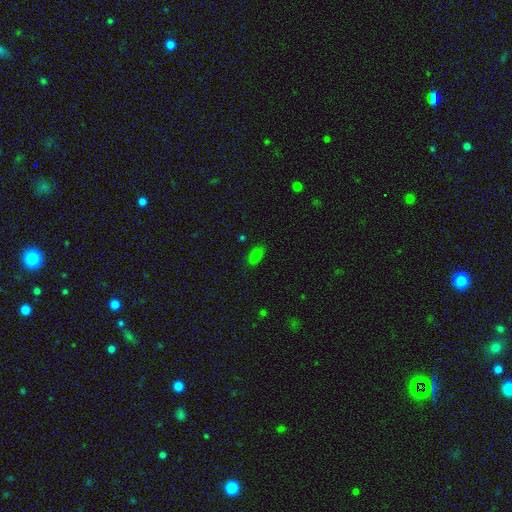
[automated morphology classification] Overall: smooth (80%). How rounded: in between (90%). Merging: none (82%).